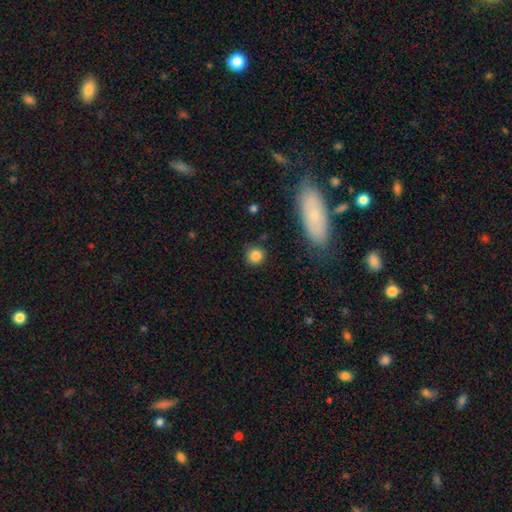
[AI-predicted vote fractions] Q: Smooth or featured?
A: smooth (85%); runner-up: star or artifact (10%)
Q: How rounded?
A: round (92%); runner-up: in between (7%)
Q: Merging?
A: none (88%); runner-up: minor disturbance (7%)